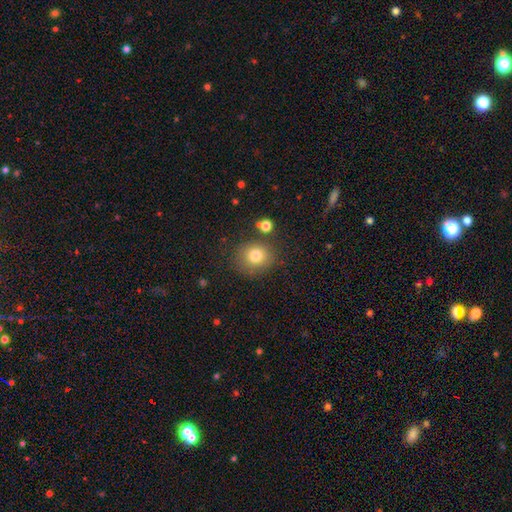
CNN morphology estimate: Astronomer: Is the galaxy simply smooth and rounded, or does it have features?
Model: smooth — 79%.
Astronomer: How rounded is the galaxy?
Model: round — 82%.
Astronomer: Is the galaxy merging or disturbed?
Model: none — 78%.